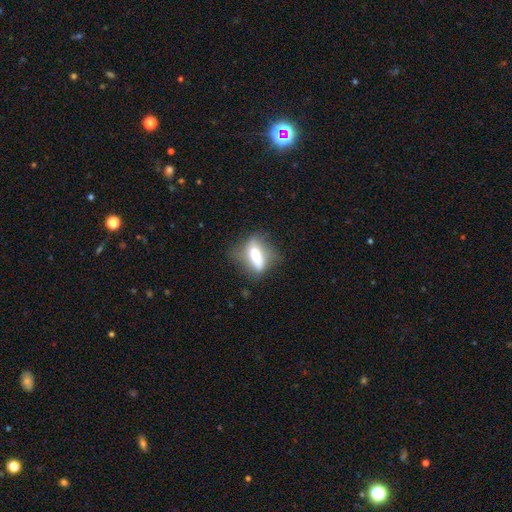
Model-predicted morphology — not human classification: Smooth or featured? smooth (57%)
How rounded? in between (68%)
Merging? none (51%)